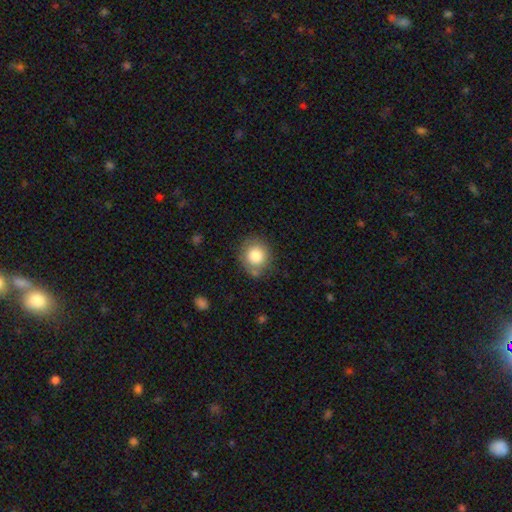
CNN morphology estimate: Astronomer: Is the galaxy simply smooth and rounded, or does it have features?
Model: smooth — 81%.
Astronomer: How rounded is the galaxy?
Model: round — 83%.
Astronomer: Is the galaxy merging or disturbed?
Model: none — 77%.